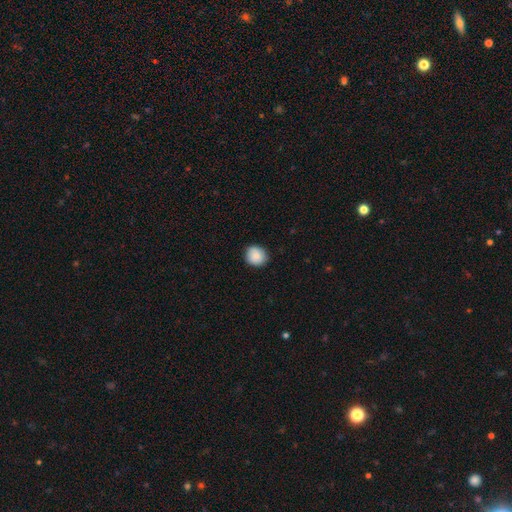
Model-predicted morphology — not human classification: The model was most divided on "how rounded": round: 86%, in between: 13%, cigar-shaped: 1%. More confident: merging — none (88%); smooth or featured — smooth (87%).